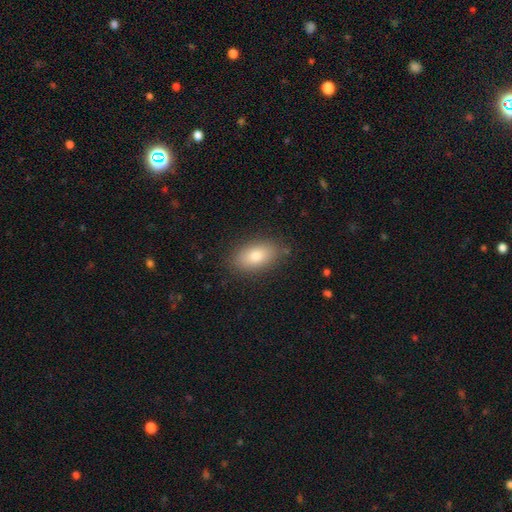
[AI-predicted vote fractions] A smooth galaxy with no disk features (79%) that is in between round and cigar-shaped (90%). Merging: none (84%).